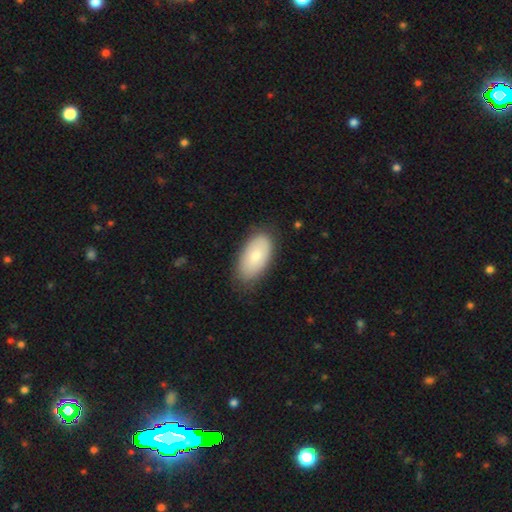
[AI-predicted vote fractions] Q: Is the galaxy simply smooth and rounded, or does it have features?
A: smooth — 76%.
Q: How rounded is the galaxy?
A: in between — 95%.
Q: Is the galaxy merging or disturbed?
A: none — 78%.